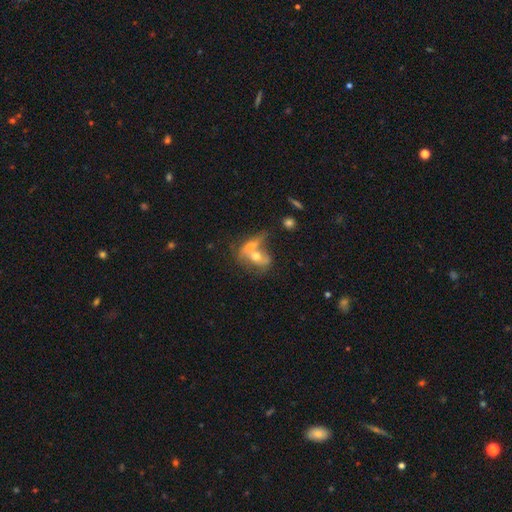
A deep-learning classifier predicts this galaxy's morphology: smooth 54%, featured or disk 36%, star or artifact 10%. Down the decision tree: how rounded — in between (67%); merging — merger (64%).